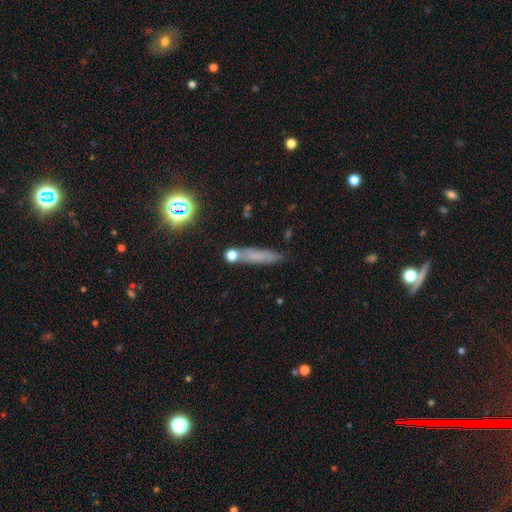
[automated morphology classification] Smooth or featured?
  - smooth: 60% *
  - featured or disk: 20%
  - star or artifact: 19%
How rounded?
  - cigar-shaped: 80% *
  - in between: 14%
  - round: 6%
Merging?
  - none: 74% *
  - minor disturbance: 14%
  - merger: 8%
  - major disturbance: 4%